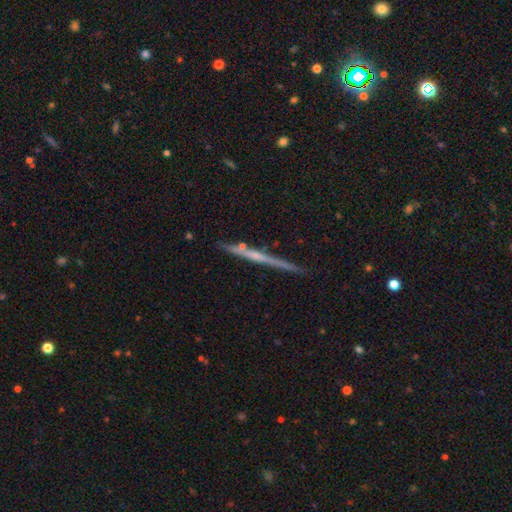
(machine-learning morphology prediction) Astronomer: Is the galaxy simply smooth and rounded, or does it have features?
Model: featured or disk — 65%.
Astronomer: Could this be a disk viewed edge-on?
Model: yes — 97%.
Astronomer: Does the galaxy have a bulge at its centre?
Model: none — 77%.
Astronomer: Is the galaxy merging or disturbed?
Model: none — 85%.